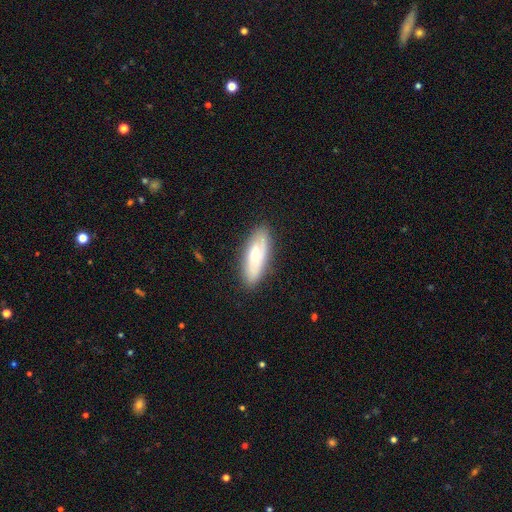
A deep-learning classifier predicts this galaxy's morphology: A smooth galaxy with no disk features (57%) that is in between round and cigar-shaped (67%).

Vote fractions:
- Smooth or featured? smooth: 57% / featured or disk: 36% / star or artifact: 7%
- How rounded? in between: 67% / cigar-shaped: 31% / round: 2%
- Merging? none: 82% / minor disturbance: 14% / major disturbance: 3% / merger: 1%